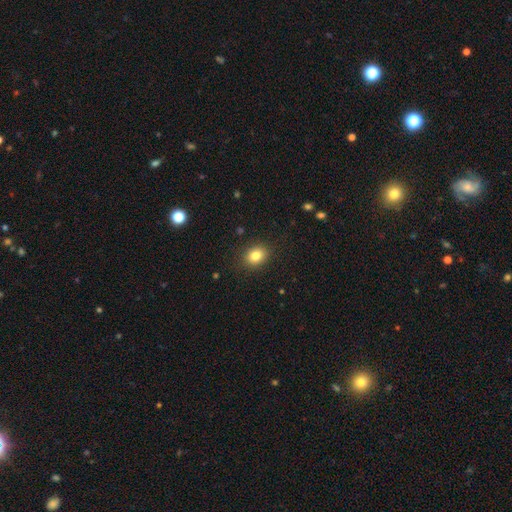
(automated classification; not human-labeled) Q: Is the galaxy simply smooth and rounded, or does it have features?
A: smooth — 82%.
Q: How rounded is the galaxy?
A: round — 52%.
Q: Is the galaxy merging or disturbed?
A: none — 88%.